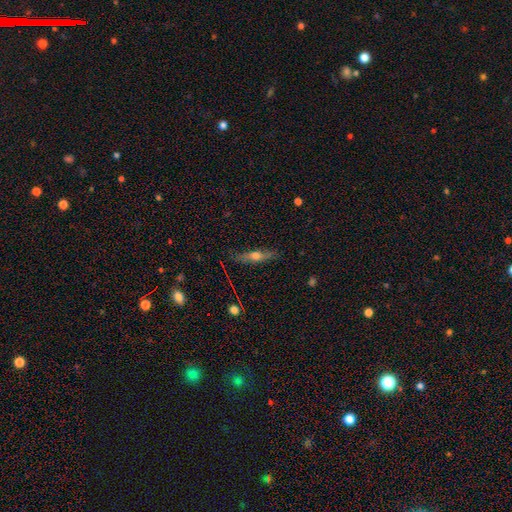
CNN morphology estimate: The model was most divided on "smooth or featured": featured or disk: 50%, smooth: 42%, star or artifact: 8%. More confident: merging — none (81%).